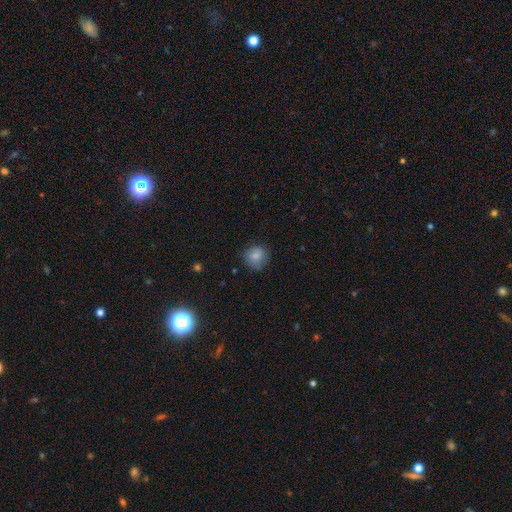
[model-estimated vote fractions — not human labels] This appears to be a smooth galaxy with no disk features (82%) that is round (80%). Merging: none (73%).